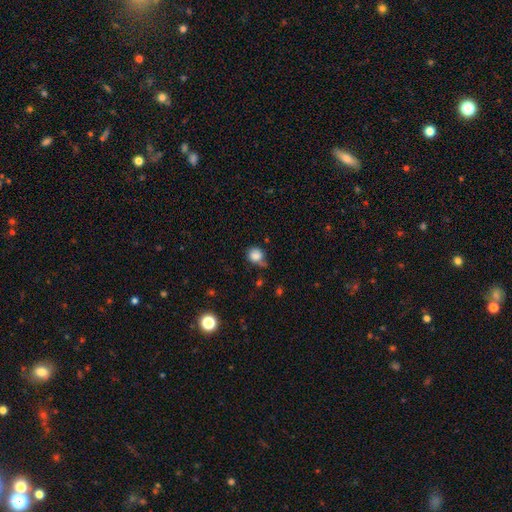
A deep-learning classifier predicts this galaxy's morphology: Overall: smooth (84%). How rounded: round (75%). Merging: none (52%; minor disturbance 32%).